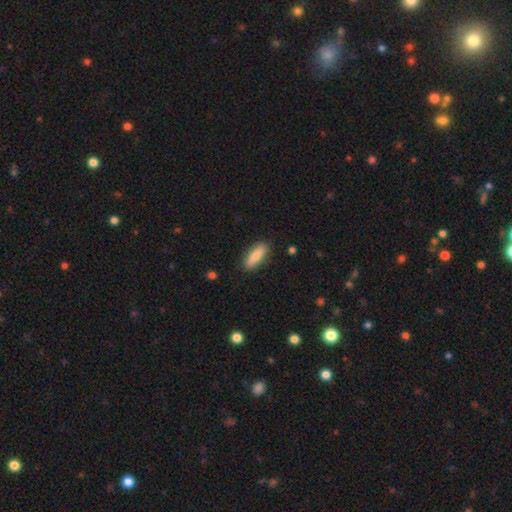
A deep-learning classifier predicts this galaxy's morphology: A smooth galaxy with no disk features (77%) that is in between round and cigar-shaped (63%).

Vote fractions:
- Smooth or featured? smooth: 77% / featured or disk: 17% / star or artifact: 6%
- How rounded? in between: 63% / cigar-shaped: 34% / round: 2%
- Merging? none: 86% / minor disturbance: 10% / major disturbance: 2% / merger: 1%